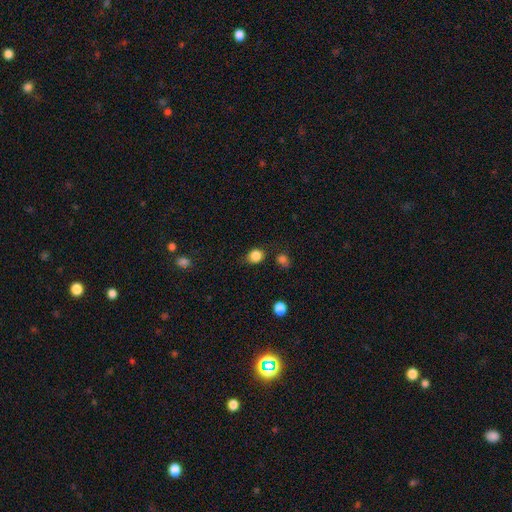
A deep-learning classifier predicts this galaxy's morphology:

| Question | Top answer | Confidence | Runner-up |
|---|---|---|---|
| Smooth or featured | smooth | 85% | star or artifact (11%) |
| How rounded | round | 67% | in between (32%) |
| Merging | none | 70% | minor disturbance (20%) |